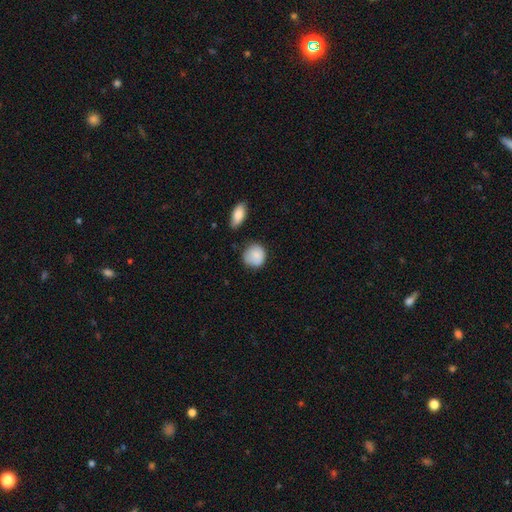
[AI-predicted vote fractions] Smooth or featured?
  - smooth: 86% *
  - star or artifact: 7%
  - featured or disk: 7%
How rounded?
  - round: 85% *
  - in between: 14%
  - cigar-shaped: 1%
Merging?
  - none: 66% *
  - minor disturbance: 25%
  - major disturbance: 5%
  - merger: 3%